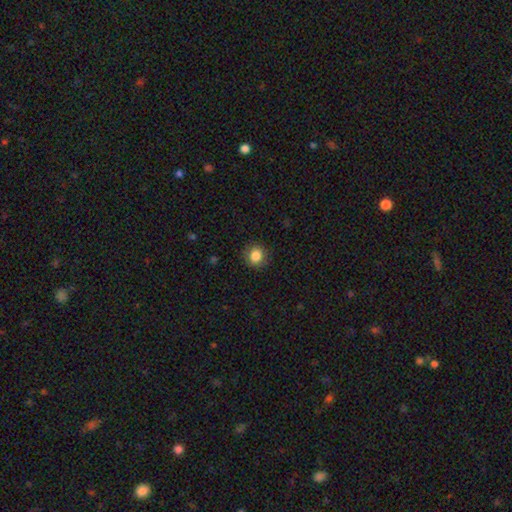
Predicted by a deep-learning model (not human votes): This appears to be a smooth galaxy with no disk features (85%) that is round (86%). Merging: none (87%).